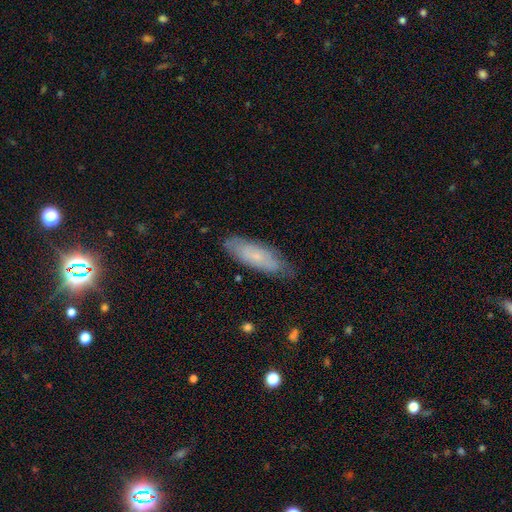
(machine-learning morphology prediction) type=smooth (59%); roundness=in between (56%); merging=none (76%).